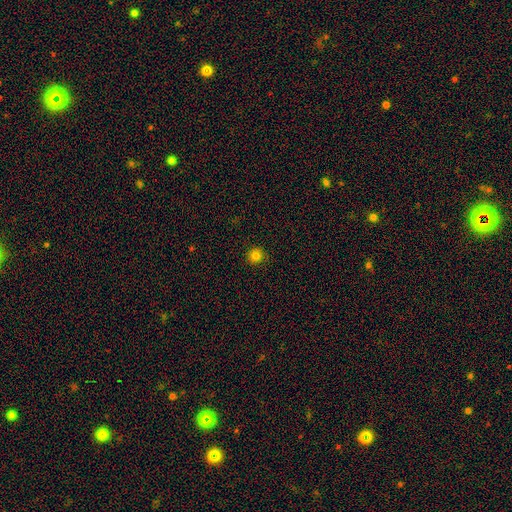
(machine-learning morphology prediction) This appears to be a smooth galaxy with no disk features (80%) that is round (94%). Merging: none (91%).